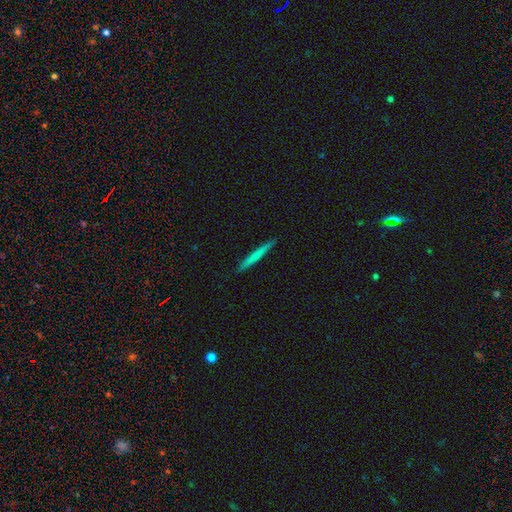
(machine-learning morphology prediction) This is likely a smooth galaxy (63%). How rounded: clearly cigar-shaped (96%). Merging: clearly none (91%).